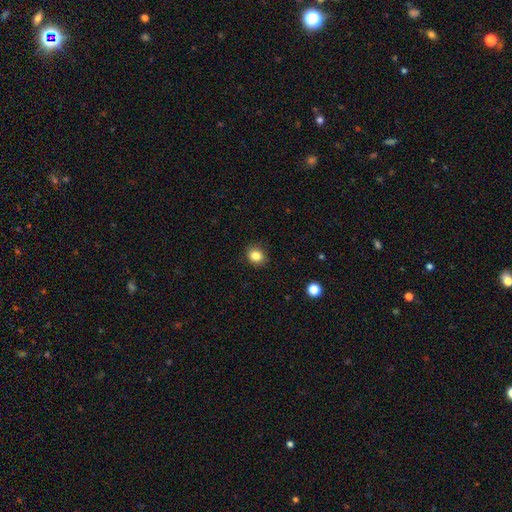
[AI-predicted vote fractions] The model was most divided on "how rounded": round: 67%, in between: 32%, cigar-shaped: 1%. More confident: merging — none (89%); smooth or featured — smooth (84%).